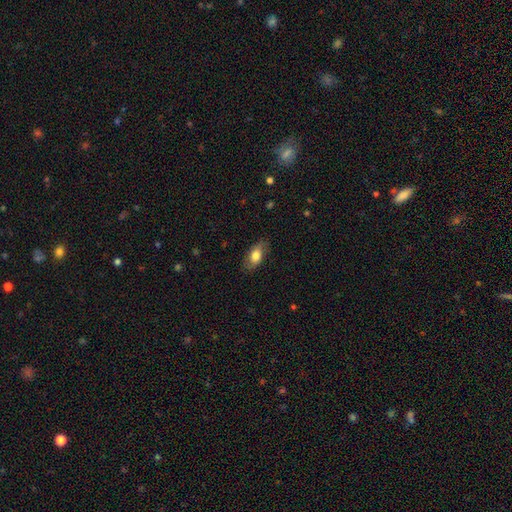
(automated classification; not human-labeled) Overall: smooth (74%). How rounded: in between (89%). Merging: none (78%).